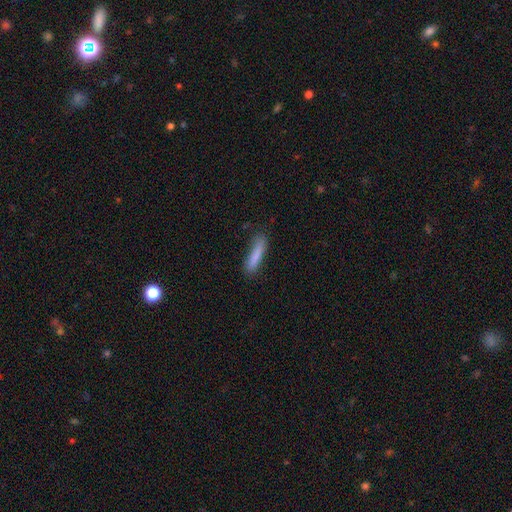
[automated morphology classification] Q: Smooth or featured?
A: smooth (83%); runner-up: featured or disk (11%)
Q: How rounded?
A: cigar-shaped (86%); runner-up: in between (12%)
Q: Merging?
A: none (75%); runner-up: minor disturbance (18%)